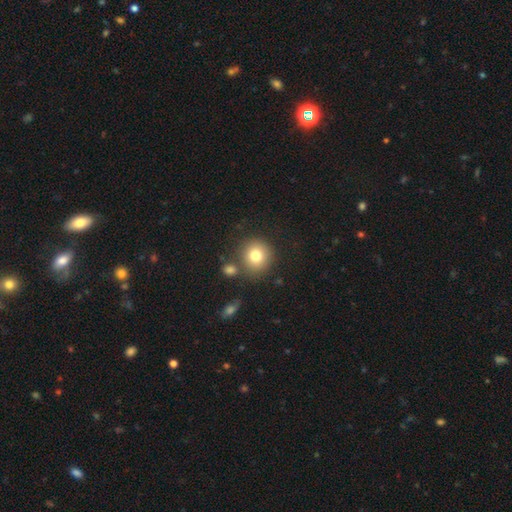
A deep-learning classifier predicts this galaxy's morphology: type=smooth (78%); roundness=round (90%); merging=none (77%).